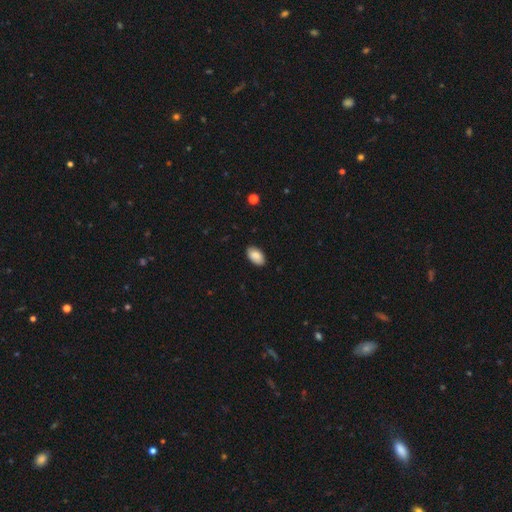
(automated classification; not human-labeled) Smooth or featured: smooth — 86% (featured or disk — 7%)
How rounded: in between — 94% (round — 4%)
Merging: none — 87% (minor disturbance — 10%)